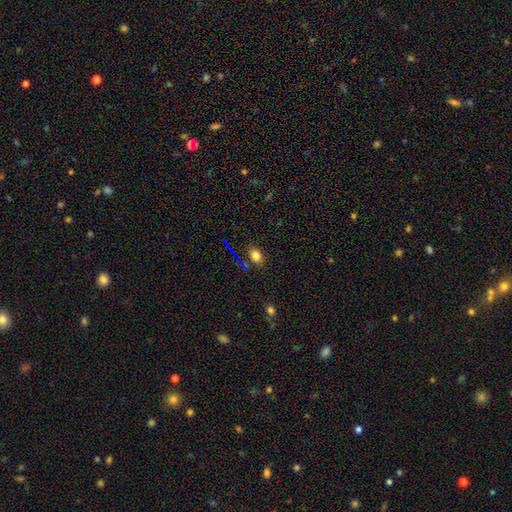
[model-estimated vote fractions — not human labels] Smooth or featured? smooth (75%)
How rounded? in between (67%)
Merging? none (83%)